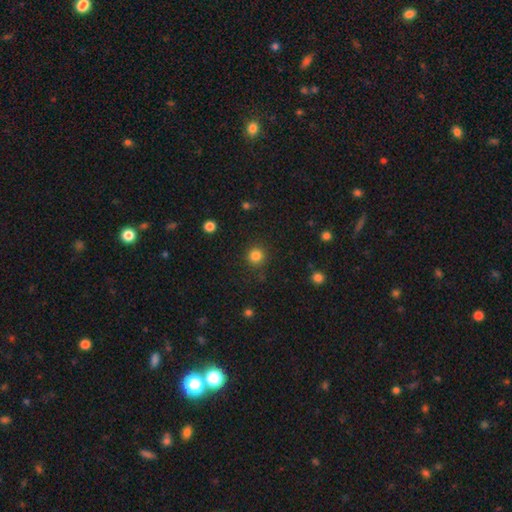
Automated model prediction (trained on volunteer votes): Smooth or featured?
  - smooth: 84% *
  - star or artifact: 13%
  - featured or disk: 4%
How rounded?
  - round: 93% *
  - in between: 6%
  - cigar-shaped: 1%
Merging?
  - none: 89% *
  - minor disturbance: 7%
  - major disturbance: 3%
  - merger: 2%